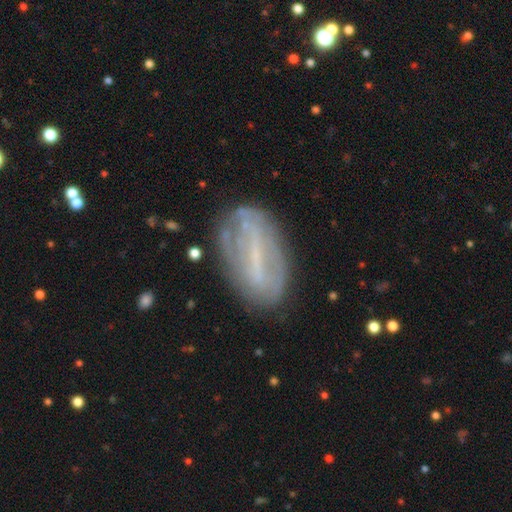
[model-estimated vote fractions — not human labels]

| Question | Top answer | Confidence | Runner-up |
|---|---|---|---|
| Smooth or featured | featured or disk | 64% | smooth (27%) |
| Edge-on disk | no | 88% | yes (12%) |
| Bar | strong | 61% | weak (27%) |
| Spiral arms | no | 54% | yes (46%) |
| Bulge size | small | 47% | none (39%) |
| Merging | none | 73% | minor disturbance (18%) |